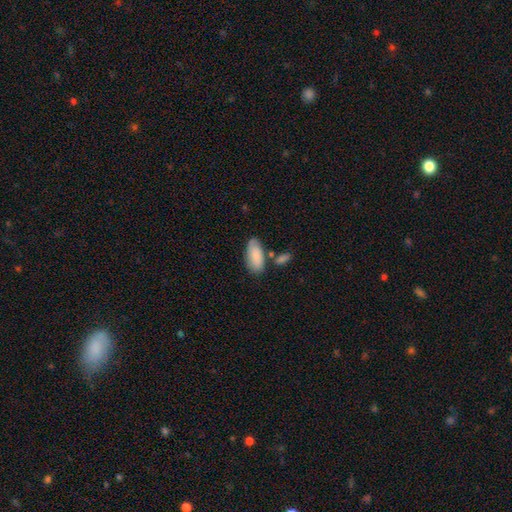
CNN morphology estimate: smooth-or-featured: smooth: 84% | featured or disk: 10% | star or artifact: 6%
  how-rounded: in between: 92% | cigar-shaped: 6% | round: 2%
  merging: none: 66% | minor disturbance: 17% | merger: 13% | major disturbance: 4%